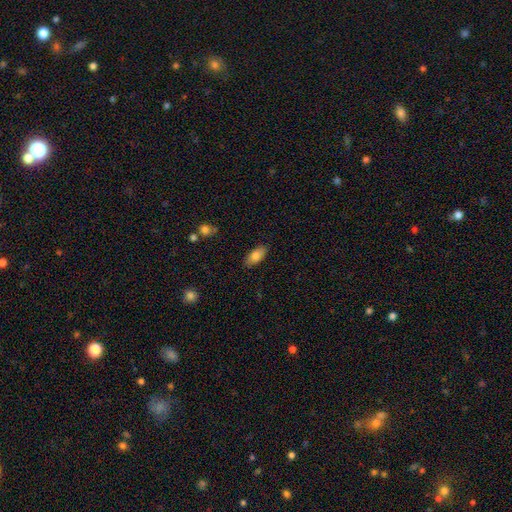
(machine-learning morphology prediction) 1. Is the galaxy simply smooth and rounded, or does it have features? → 79% smooth, 14% featured or disk, 7% star or artifact.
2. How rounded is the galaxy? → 87% in between, 11% cigar-shaped, 3% round.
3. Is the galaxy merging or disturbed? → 87% none, 10% minor disturbance, 2% major disturbance, 1% merger.